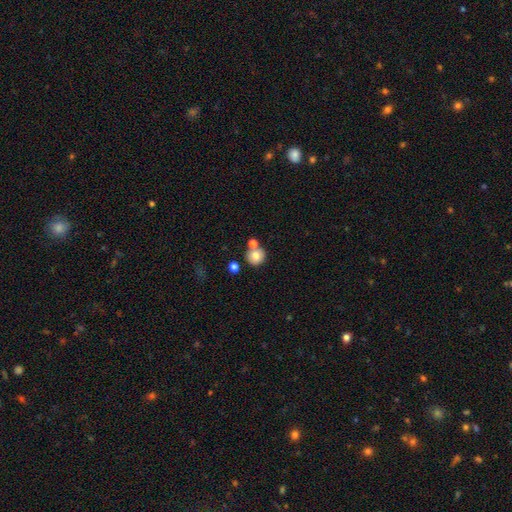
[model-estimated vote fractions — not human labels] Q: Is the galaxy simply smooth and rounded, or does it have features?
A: smooth — 76%.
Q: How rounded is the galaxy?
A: round — 89%.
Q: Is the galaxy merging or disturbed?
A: none — 63%.